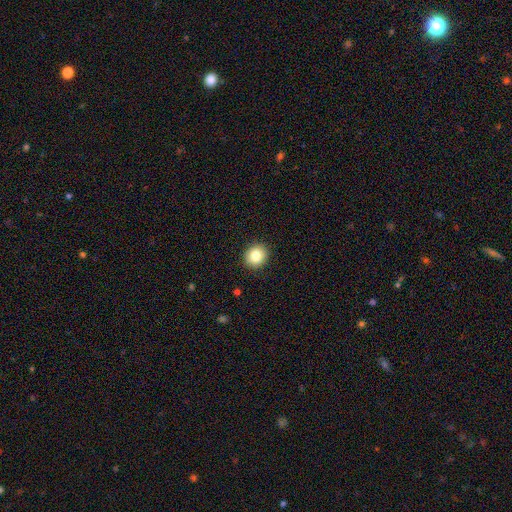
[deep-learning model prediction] Morphology: type=smooth (83%); roundness=round (82%); merging=none (92%).